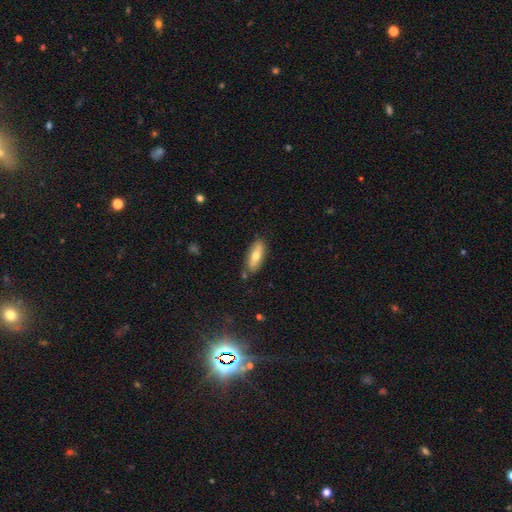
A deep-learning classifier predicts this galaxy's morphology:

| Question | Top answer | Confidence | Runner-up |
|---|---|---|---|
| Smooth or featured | smooth | 65% | featured or disk (28%) |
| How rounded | in between | 67% | cigar-shaped (30%) |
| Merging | none | 84% | minor disturbance (12%) |